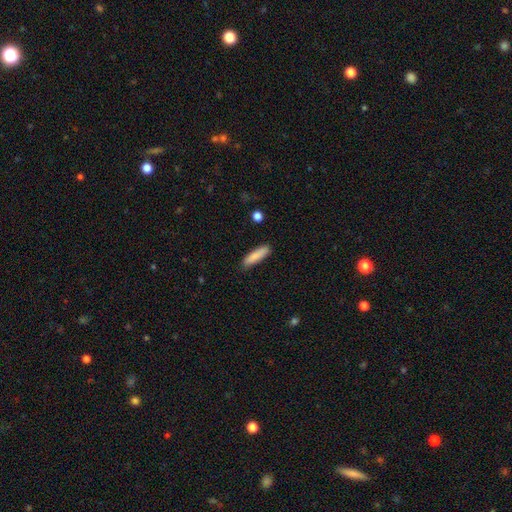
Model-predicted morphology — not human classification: type=smooth (86%); roundness=cigar-shaped (70%); merging=none (86%).